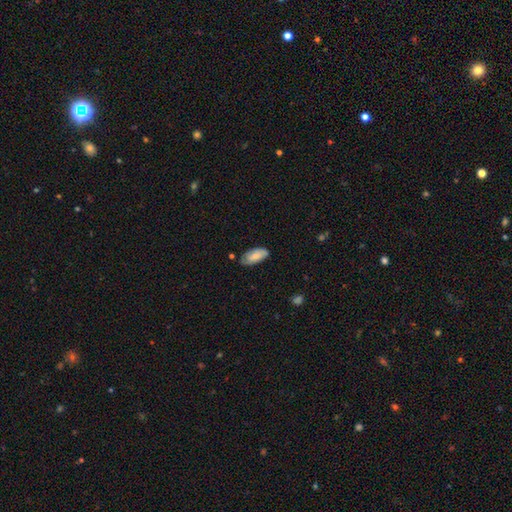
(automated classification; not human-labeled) Q: Smooth or featured?
A: smooth (76%); runner-up: featured or disk (18%)
Q: How rounded?
A: in between (89%); runner-up: cigar-shaped (9%)
Q: Merging?
A: none (70%); runner-up: minor disturbance (24%)